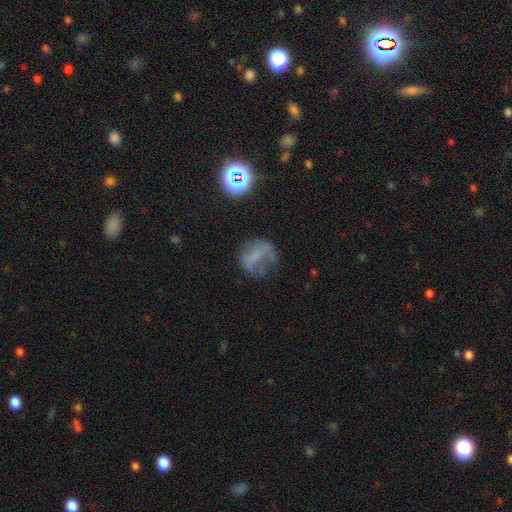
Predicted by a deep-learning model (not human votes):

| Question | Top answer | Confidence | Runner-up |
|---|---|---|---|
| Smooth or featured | smooth | 45% | featured or disk (34%) |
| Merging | none | 41% | major disturbance (31%) |